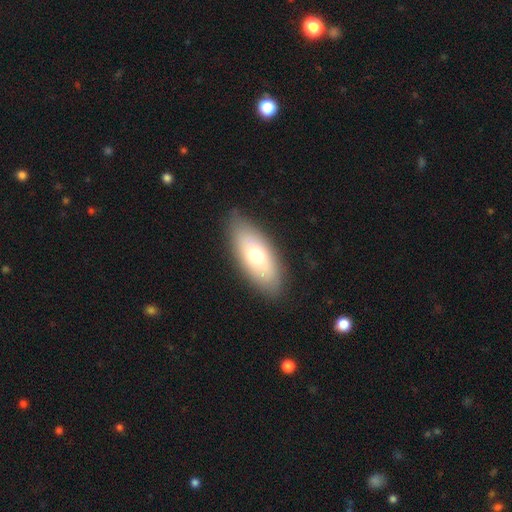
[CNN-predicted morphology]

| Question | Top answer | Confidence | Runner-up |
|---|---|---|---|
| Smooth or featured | smooth | 63% | featured or disk (30%) |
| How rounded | in between | 82% | cigar-shaped (15%) |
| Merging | none | 84% | minor disturbance (12%) |